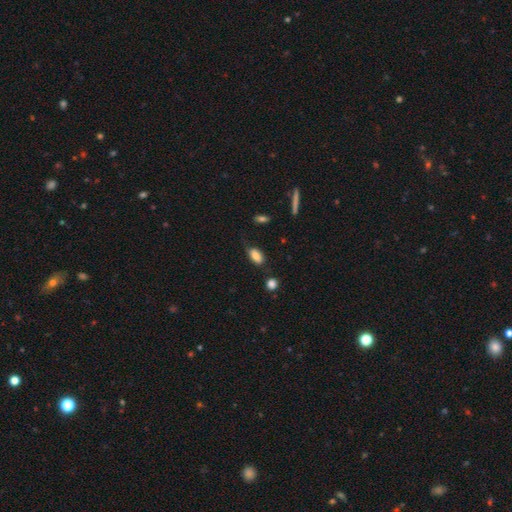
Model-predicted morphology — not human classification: A smooth galaxy with no disk features (82%) that is in between round and cigar-shaped (89%). Merging: none (67%).